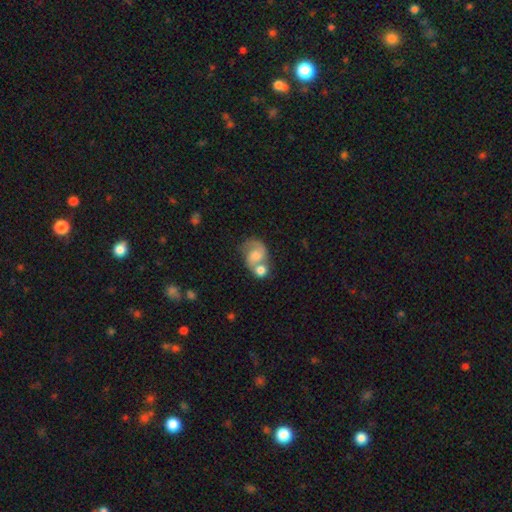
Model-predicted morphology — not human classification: Q: Smooth or featured?
A: featured or disk (55%); runner-up: smooth (37%)
Q: Edge-on disk?
A: no (97%); runner-up: yes (3%)
Q: Bar?
A: no (62%); runner-up: weak (32%)
Q: Spiral arms?
A: yes (82%); runner-up: no (18%)
Q: Bulge size?
A: moderate (46%); runner-up: small (28%)
Q: Merging?
A: merger (56%); runner-up: none (24%)